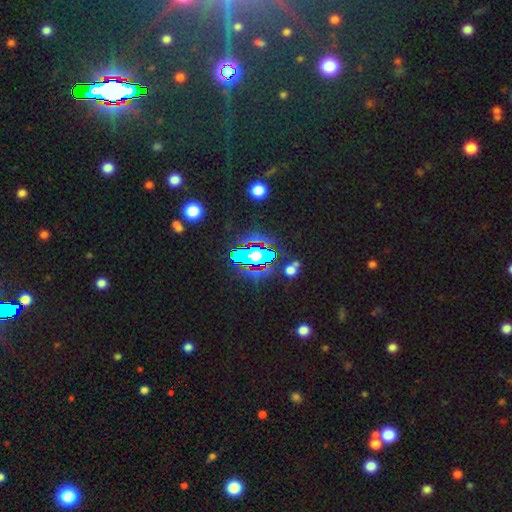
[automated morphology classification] star or artifact 57%, smooth 25%, featured or disk 18%.